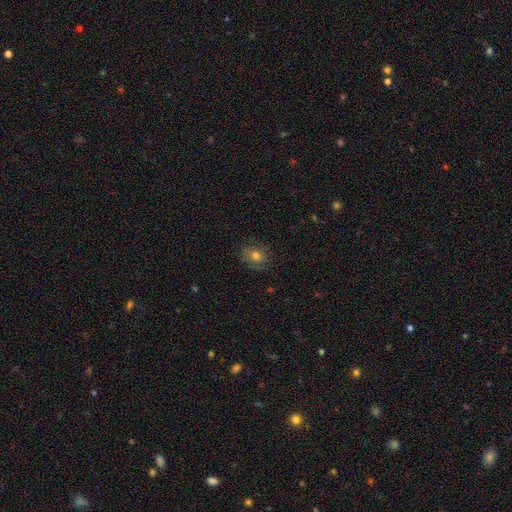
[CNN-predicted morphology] Smooth or featured? Predicted: smooth (p=0.59). How rounded? Predicted: round (p=0.67). Merging? Predicted: none (p=0.75).